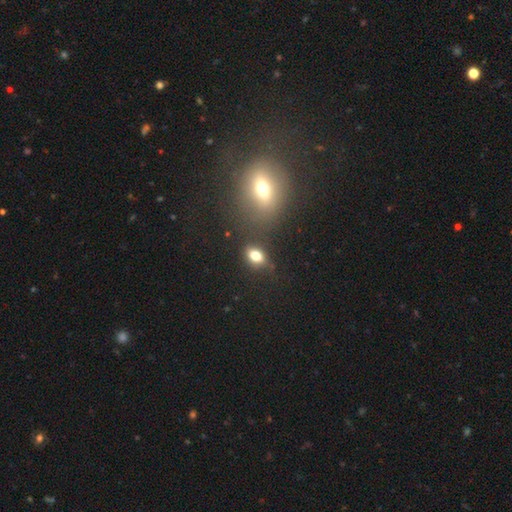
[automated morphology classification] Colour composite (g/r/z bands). It shows a smooth galaxy with no disk features (78%) that is in between round and cigar-shaped (74%). Merging: none (73%).